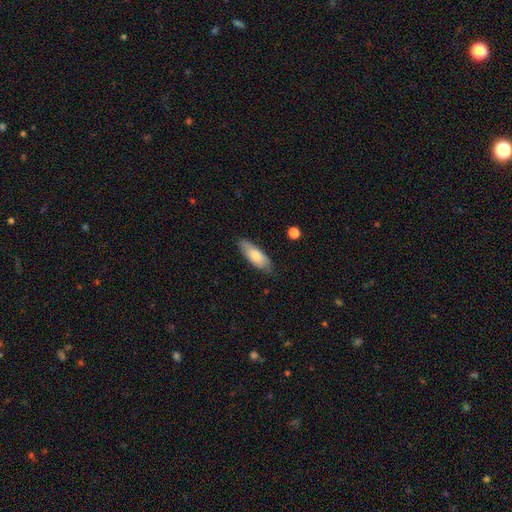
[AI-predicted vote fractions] Smooth or featured?
  - smooth: 74% *
  - featured or disk: 21%
  - star or artifact: 6%
How rounded?
  - in between: 72% *
  - cigar-shaped: 26%
  - round: 2%
Merging?
  - none: 77% *
  - minor disturbance: 18%
  - major disturbance: 3%
  - merger: 1%